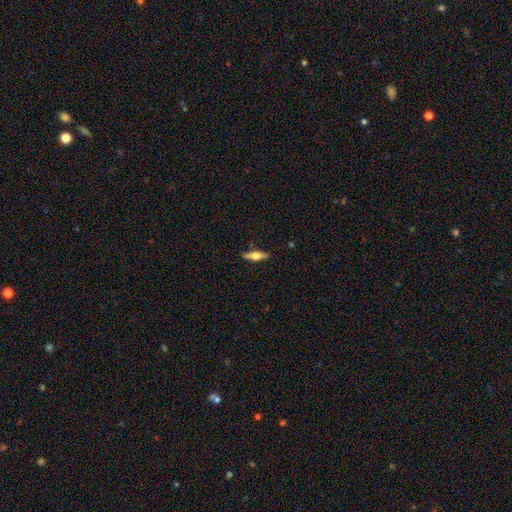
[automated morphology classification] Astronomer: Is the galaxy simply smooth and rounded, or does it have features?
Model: featured or disk — 56% (runner-up: smooth, 38%).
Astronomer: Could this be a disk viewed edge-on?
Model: yes — 94%.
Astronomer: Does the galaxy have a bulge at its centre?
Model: rounded — 94%.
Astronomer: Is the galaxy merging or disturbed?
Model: none — 88%.